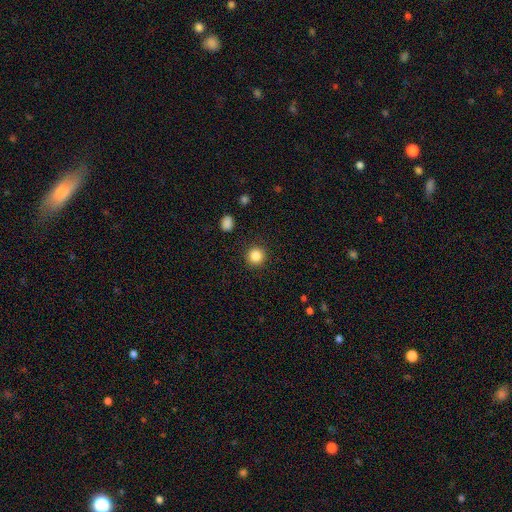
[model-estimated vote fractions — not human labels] smooth 85%, star or artifact 11%, featured or disk 5%. Down the decision tree: how rounded — round (94%); merging — none (91%).